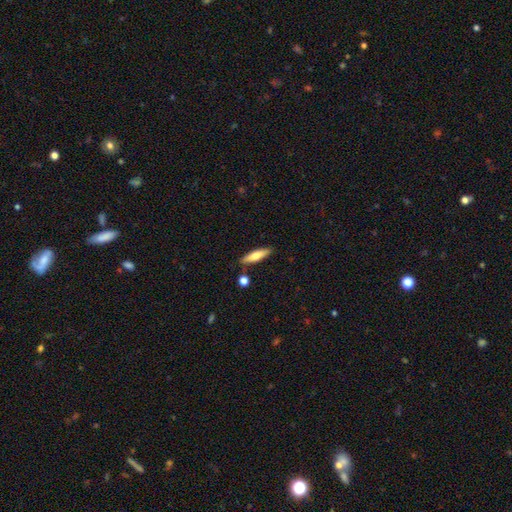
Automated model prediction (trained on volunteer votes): This is likely a smooth galaxy (64%). How rounded: likely cigar-shaped (70%). Merging: clearly none (84%).